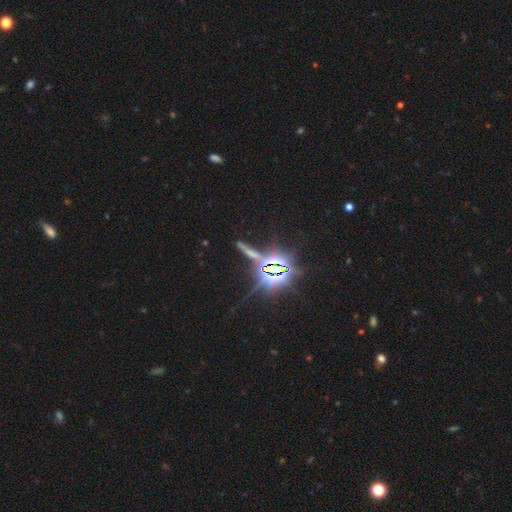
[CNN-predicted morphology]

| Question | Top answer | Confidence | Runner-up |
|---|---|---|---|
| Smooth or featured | star or artifact | 80% | featured or disk (11%) |